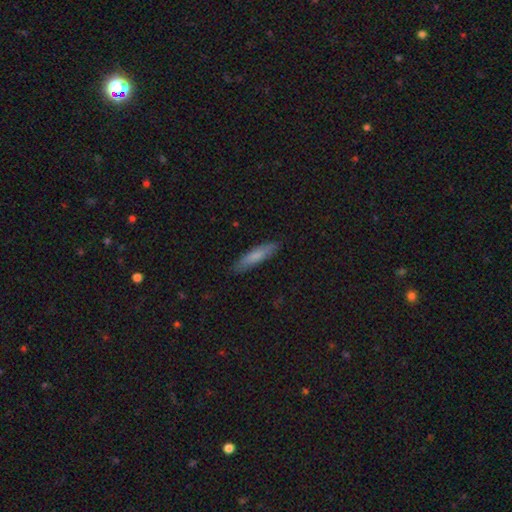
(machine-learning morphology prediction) Smooth or featured?
  - smooth: 77% *
  - featured or disk: 17%
  - star or artifact: 6%
How rounded?
  - cigar-shaped: 81% *
  - in between: 18%
  - round: 1%
Merging?
  - none: 88% *
  - minor disturbance: 9%
  - major disturbance: 2%
  - merger: 1%